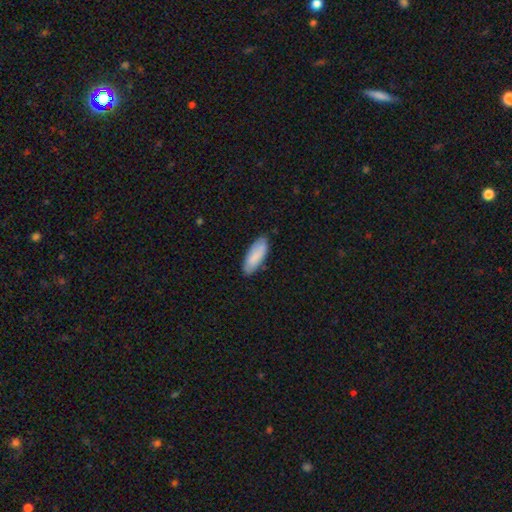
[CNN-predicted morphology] This is clearly a smooth galaxy (85%). How rounded: likely in between (73%). Merging: clearly none (80%).